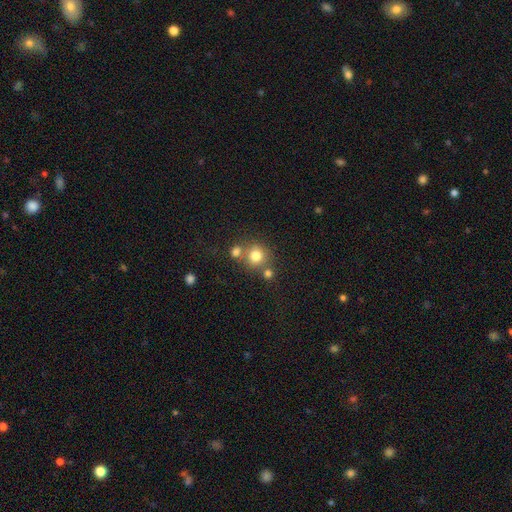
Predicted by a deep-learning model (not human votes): A smooth galaxy with no disk features (76%) that is round (88%). Merging: none (61%).